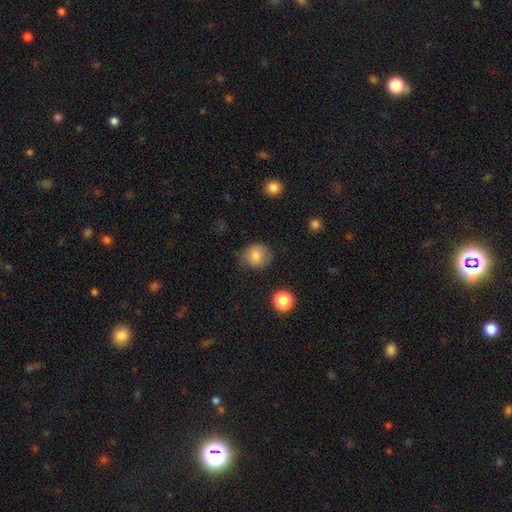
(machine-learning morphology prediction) Overall: smooth (82%). How rounded: round (84%). Merging: none (75%).